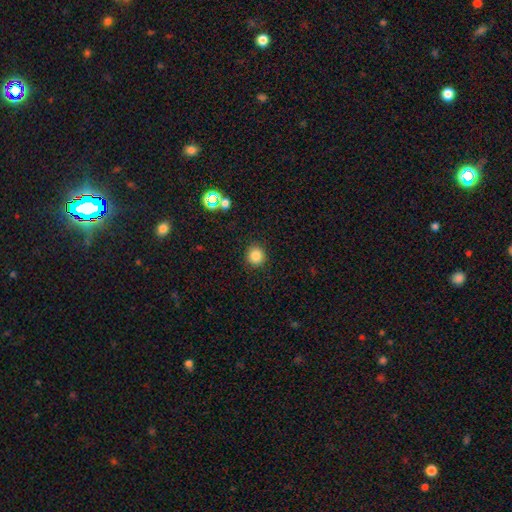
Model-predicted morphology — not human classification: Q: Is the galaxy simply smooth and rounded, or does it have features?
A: smooth — 84%.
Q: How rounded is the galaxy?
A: round — 90%.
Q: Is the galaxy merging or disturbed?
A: none — 90%.